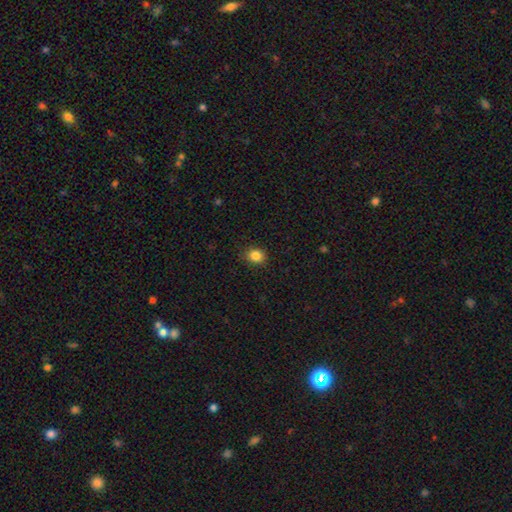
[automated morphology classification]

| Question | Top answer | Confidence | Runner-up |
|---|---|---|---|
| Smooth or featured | smooth | 85% | star or artifact (11%) |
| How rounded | round | 65% | in between (34%) |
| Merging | none | 88% | minor disturbance (9%) |